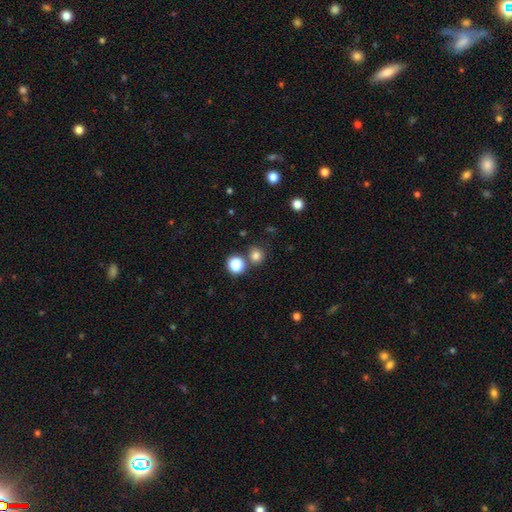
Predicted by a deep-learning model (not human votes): Overall: smooth (78%). How rounded: round (90%). Merging: none (74%).